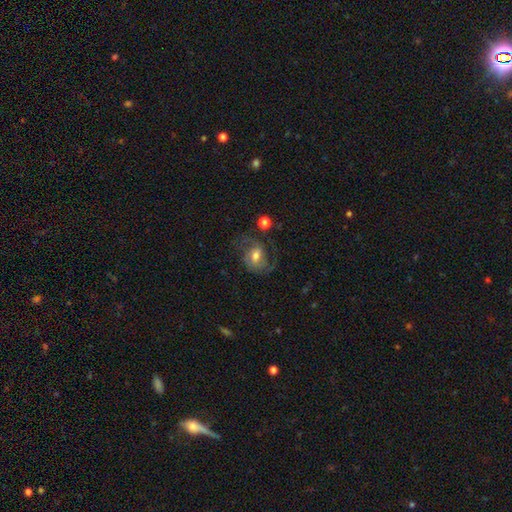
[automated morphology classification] The model was most divided on "spiral winding": medium: 48%, loose: 33%, tight: 19%. Remaining: edge-on disk — no (97%); spiral arms — yes (88%); spiral arm count — 2 (75%); smooth or featured — featured or disk (65%); bulge size — moderate (63%); merging — none (54%); bar — weak (48%).